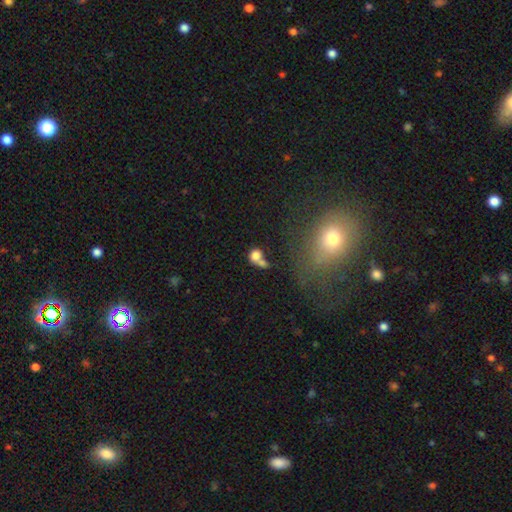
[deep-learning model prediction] The model was most divided on "merging": merger: 53%, none: 28%, minor disturbance: 10%, major disturbance: 8%. More confident: smooth or featured — smooth (75%); how rounded — round (63%).